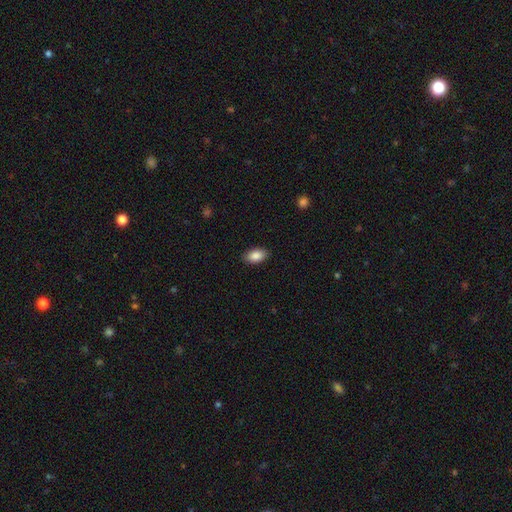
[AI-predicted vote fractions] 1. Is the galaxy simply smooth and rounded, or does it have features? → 87% smooth, 7% star or artifact, 6% featured or disk.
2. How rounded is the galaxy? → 93% in between, 5% round, 2% cigar-shaped.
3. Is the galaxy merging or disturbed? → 89% none, 8% minor disturbance, 2% major disturbance, 1% merger.